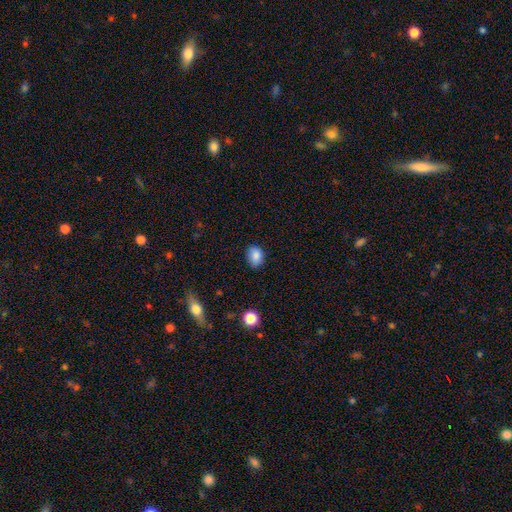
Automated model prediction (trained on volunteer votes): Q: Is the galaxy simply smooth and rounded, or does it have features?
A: smooth — 86%.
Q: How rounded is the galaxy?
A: in between — 67%.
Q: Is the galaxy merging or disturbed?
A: none — 82%.